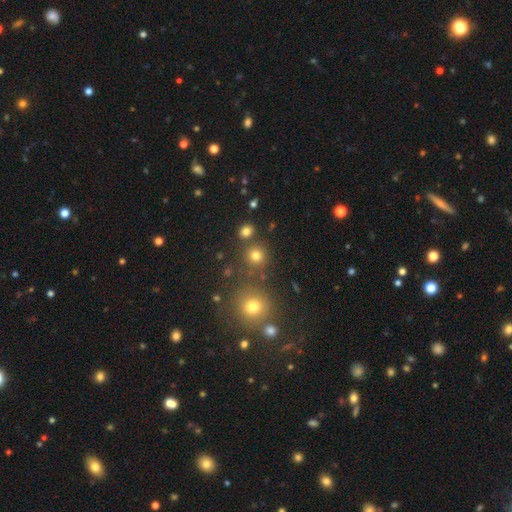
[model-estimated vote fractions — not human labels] Smooth or featured?
  - smooth: 76% *
  - star or artifact: 17%
  - featured or disk: 6%
How rounded?
  - round: 91% *
  - in between: 8%
  - cigar-shaped: 1%
Merging?
  - none: 80% *
  - merger: 10%
  - minor disturbance: 7%
  - major disturbance: 3%